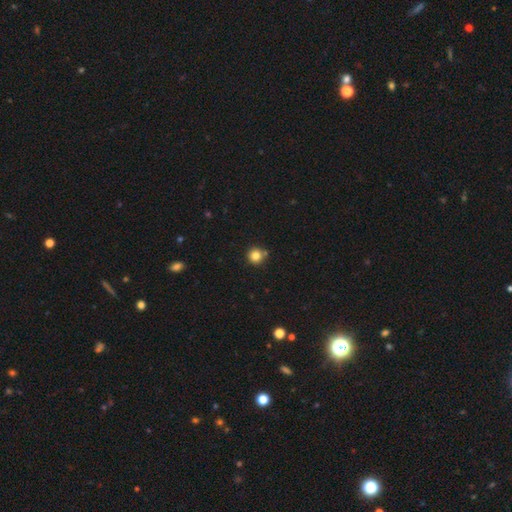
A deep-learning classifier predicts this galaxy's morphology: type=smooth (82%); roundness=round (94%); merging=none (80%).